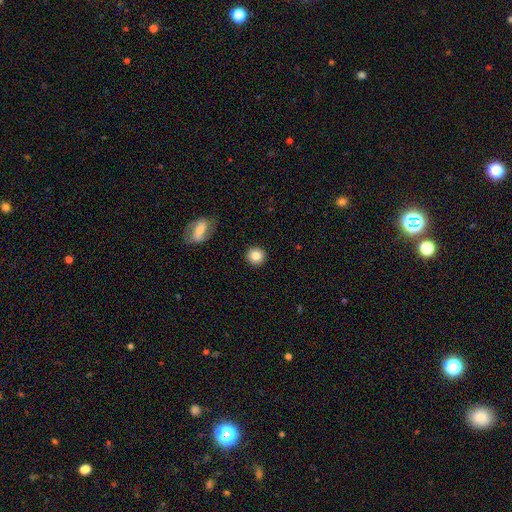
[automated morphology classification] Smooth or featured? smooth (83%)
How rounded? round (93%)
Merging? none (91%)